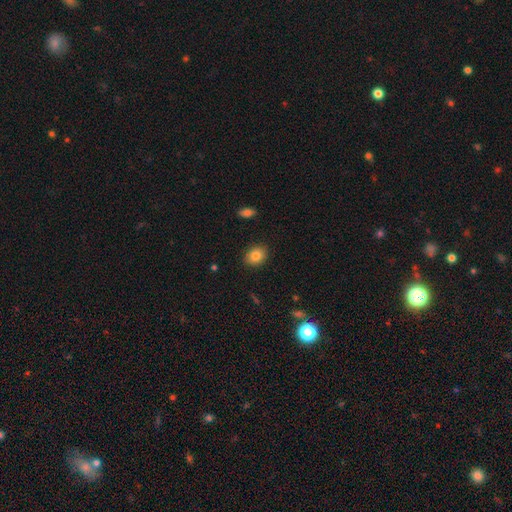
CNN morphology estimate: Smooth or featured? Predicted: smooth (p=0.83). How rounded? Predicted: in between (p=0.55). Merging? Predicted: none (p=0.89).